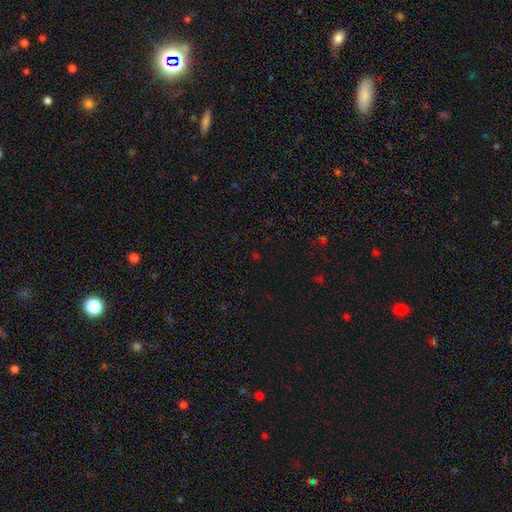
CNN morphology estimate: A star or artifact, not a galaxy (62%).

Vote fractions:
- Smooth or featured? star or artifact: 62% / smooth: 31% / featured or disk: 7%